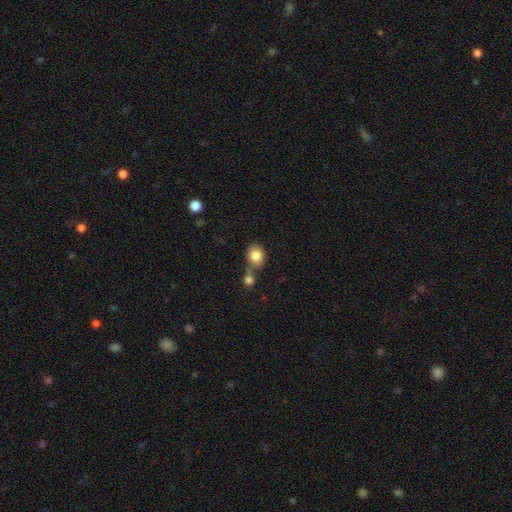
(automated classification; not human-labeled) Q: Smooth or featured?
A: smooth (84%); runner-up: star or artifact (9%)
Q: How rounded?
A: round (67%); runner-up: in between (32%)
Q: Merging?
A: none (54%); runner-up: merger (30%)